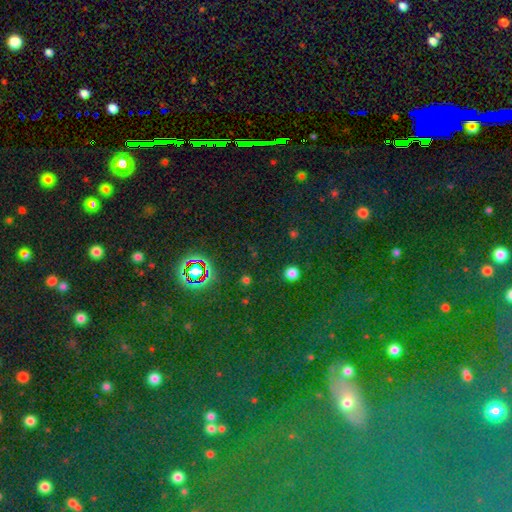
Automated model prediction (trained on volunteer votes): This appears to be a star or artifact, not a galaxy (70%).